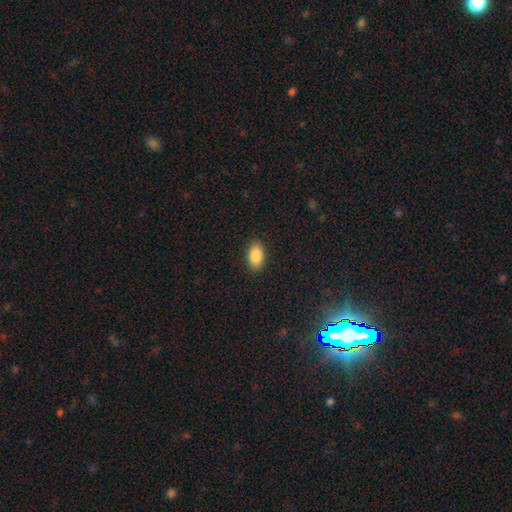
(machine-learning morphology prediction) Smooth or featured: smooth — 87% (star or artifact — 7%)
How rounded: in between — 93% (round — 5%)
Merging: none — 88% (minor disturbance — 9%)